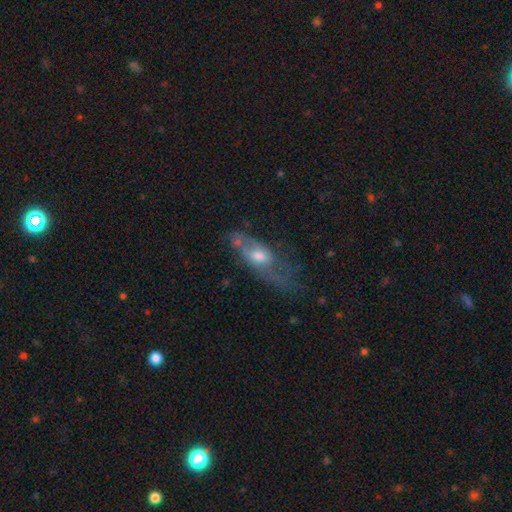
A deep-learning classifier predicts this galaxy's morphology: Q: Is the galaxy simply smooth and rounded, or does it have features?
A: featured or disk — 60%.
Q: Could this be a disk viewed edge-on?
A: no — 72%.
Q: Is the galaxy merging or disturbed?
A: none — 45%.